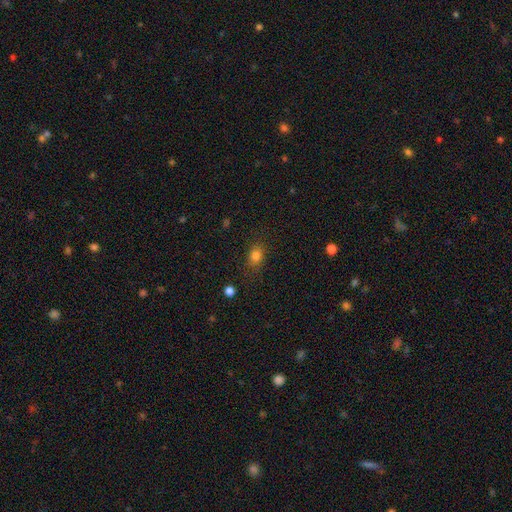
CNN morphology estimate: A smooth galaxy with no disk features (82%) that is in between round and cigar-shaped (52%).

Vote fractions:
- Smooth or featured? smooth: 82% / star or artifact: 13% / featured or disk: 6%
- How rounded? in between: 52% / round: 46% / cigar-shaped: 1%
- Merging? none: 79% / minor disturbance: 14% / major disturbance: 5% / merger: 2%